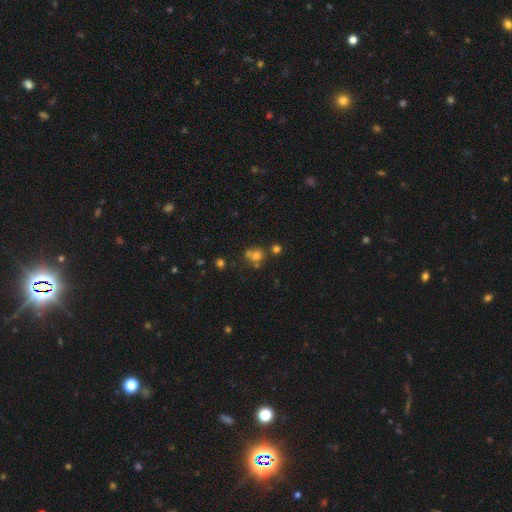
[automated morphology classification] smooth 67%, star or artifact 20%, featured or disk 13%. Down the decision tree: how rounded — round (82%); merging — none (51%).